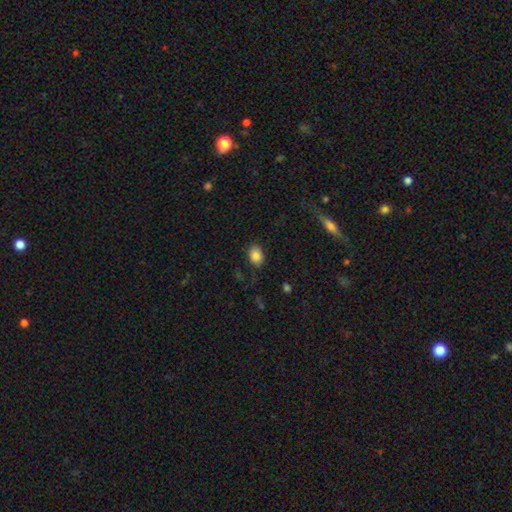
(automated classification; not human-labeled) Smooth or featured: smooth — 85% (star or artifact — 9%)
How rounded: in between — 72% (round — 27%)
Merging: none — 81% (minor disturbance — 14%)